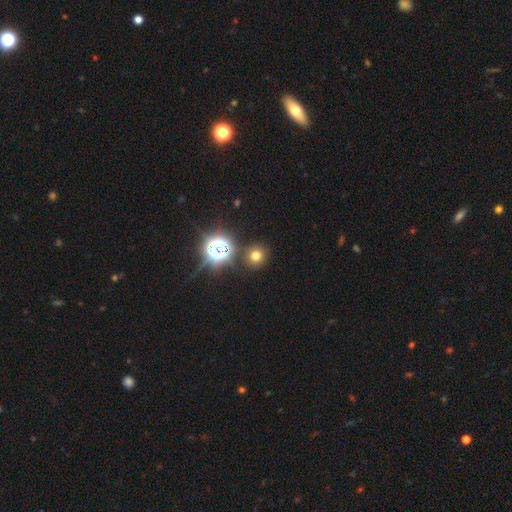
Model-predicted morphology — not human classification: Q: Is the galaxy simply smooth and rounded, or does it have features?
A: smooth — 67%.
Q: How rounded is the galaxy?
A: round — 89%.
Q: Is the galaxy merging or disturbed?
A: none — 86%.